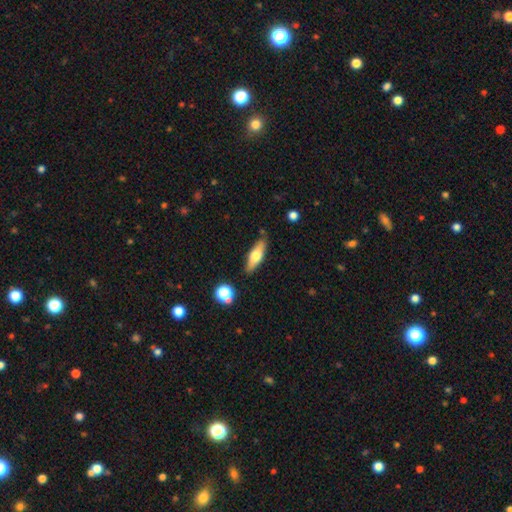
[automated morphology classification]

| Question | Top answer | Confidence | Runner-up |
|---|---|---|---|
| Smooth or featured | smooth | 54% | featured or disk (39%) |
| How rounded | in between | 50% | cigar-shaped (47%) |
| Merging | none | 83% | minor disturbance (12%) |